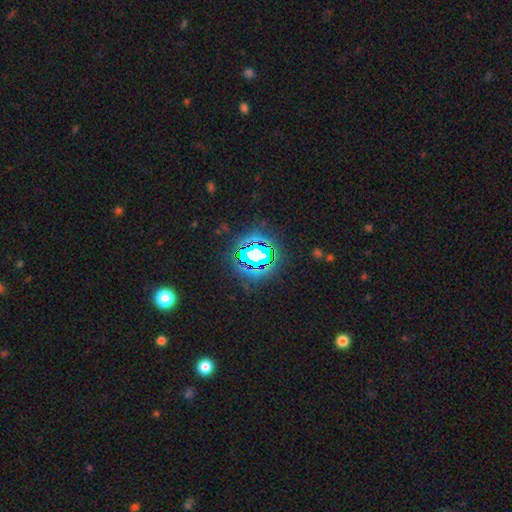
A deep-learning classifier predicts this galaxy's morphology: smooth-or-featured: star or artifact: 73% | smooth: 16% | featured or disk: 11%